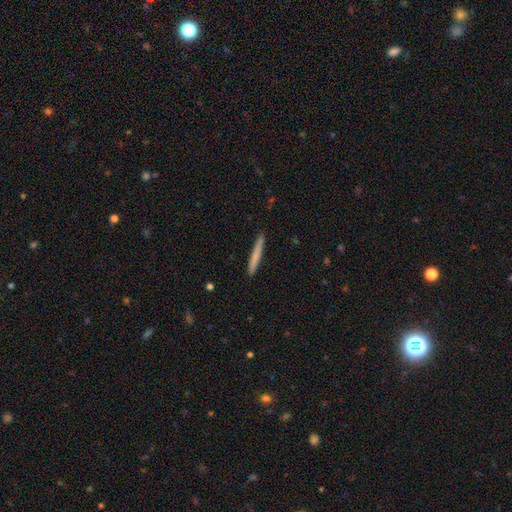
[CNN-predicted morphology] Smooth or featured? Predicted: smooth (p=0.71). How rounded? Predicted: cigar-shaped (p=0.97). Merging? Predicted: none (p=0.91).